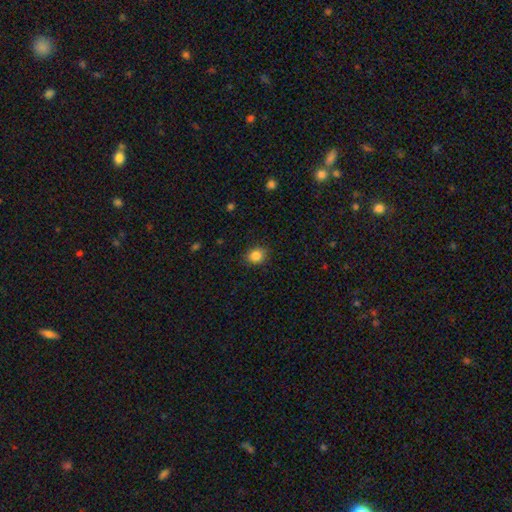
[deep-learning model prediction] This appears to be a smooth galaxy with no disk features (84%) that is round (61%). Merging: none (87%).